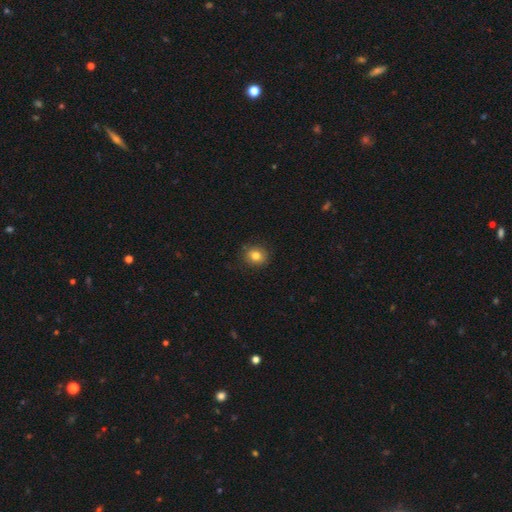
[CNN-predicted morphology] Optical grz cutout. It shows a smooth galaxy with no disk features (81%) that is round (80%). Merging: none (87%).